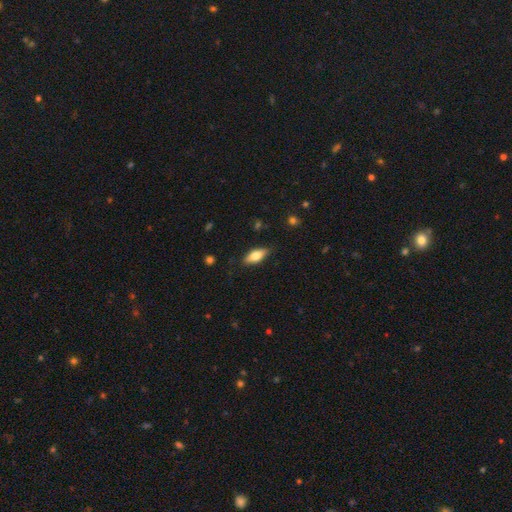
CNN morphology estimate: Smooth or featured?
  - smooth: 69% *
  - featured or disk: 25%
  - star or artifact: 7%
How rounded?
  - in between: 79% *
  - cigar-shaped: 18%
  - round: 3%
Merging?
  - none: 84% *
  - minor disturbance: 13%
  - major disturbance: 3%
  - merger: 1%